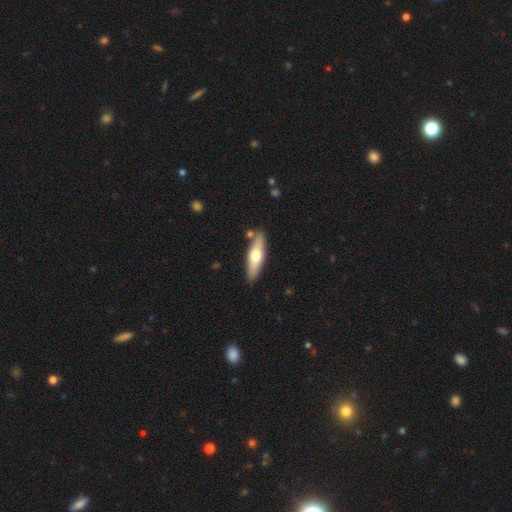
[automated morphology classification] smooth 52%, featured or disk 43%, star or artifact 5%. Down the decision tree: how rounded — cigar-shaped (63%); merging — none (85%).